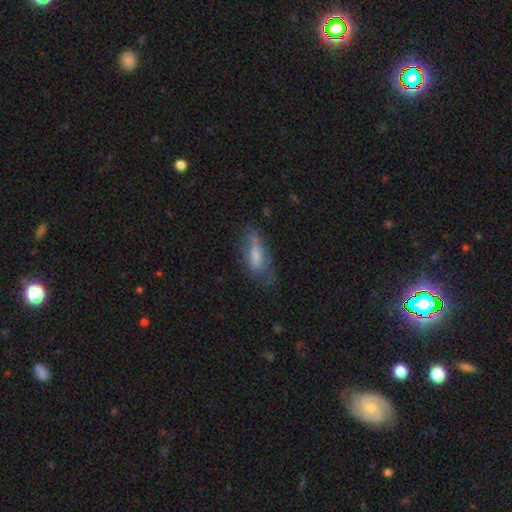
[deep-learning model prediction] A smooth galaxy with no disk features (55%) that is in between round and cigar-shaped (66%).

Vote fractions:
- Smooth or featured? smooth: 55% / featured or disk: 37% / star or artifact: 9%
- How rounded? in between: 66% / cigar-shaped: 32% / round: 3%
- Merging? none: 55% / minor disturbance: 28% / major disturbance: 14% / merger: 3%